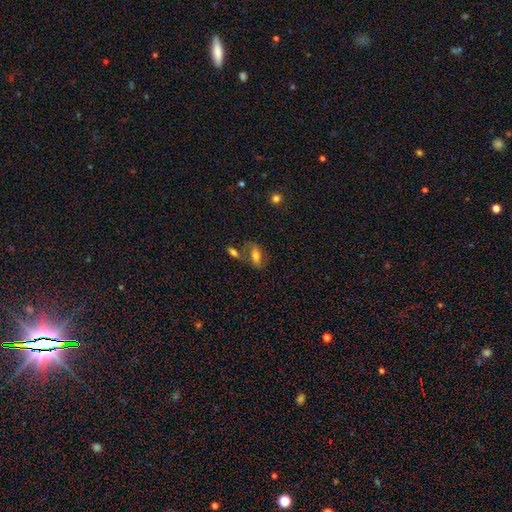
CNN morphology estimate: smooth-or-featured: smooth: 62% | featured or disk: 28% | star or artifact: 10%
  how-rounded: in between: 77% | cigar-shaped: 17% | round: 5%
  merging: none: 51% | merger: 24% | minor disturbance: 17% | major disturbance: 9%